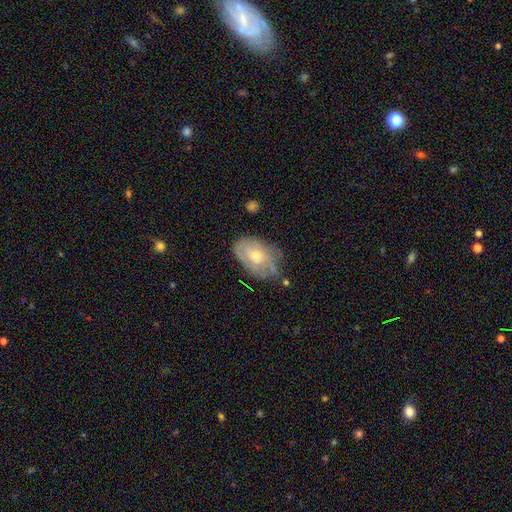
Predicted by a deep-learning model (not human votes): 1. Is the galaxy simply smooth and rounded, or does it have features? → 57% featured or disk, 36% smooth, 7% star or artifact.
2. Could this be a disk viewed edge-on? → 95% no, 5% yes.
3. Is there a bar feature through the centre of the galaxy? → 75% no, 22% weak, 3% strong.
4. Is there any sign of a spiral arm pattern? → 69% yes, 31% no.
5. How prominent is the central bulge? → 52% moderate, 42% small, 3% large, 2% none, 1% dominant.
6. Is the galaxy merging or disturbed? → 56% none, 30% minor disturbance, 11% major disturbance, 3% merger.